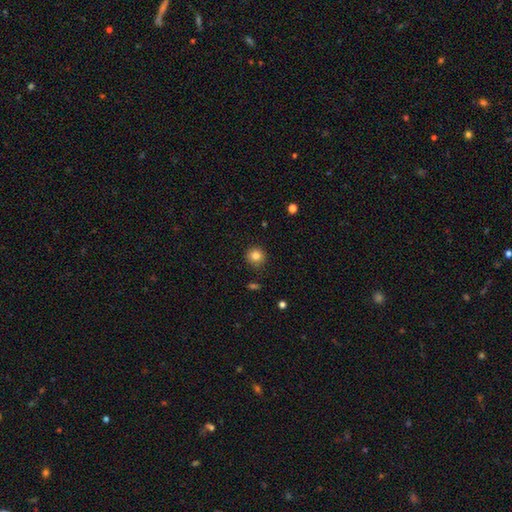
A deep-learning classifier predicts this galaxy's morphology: A smooth galaxy with no disk features (83%) that is round (93%).

Vote fractions:
- Smooth or featured? smooth: 83% / star or artifact: 11% / featured or disk: 6%
- How rounded? round: 93% / in between: 6% / cigar-shaped: 1%
- Merging? none: 87% / minor disturbance: 10% / major disturbance: 2% / merger: 2%